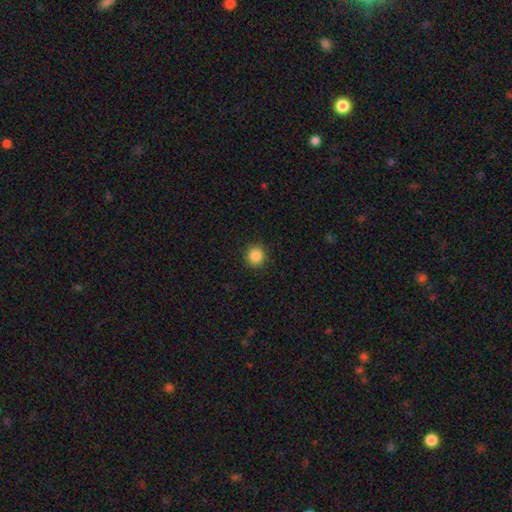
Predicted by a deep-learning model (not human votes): A smooth galaxy with no disk features (87%) that is round (92%). Merging: none (91%).